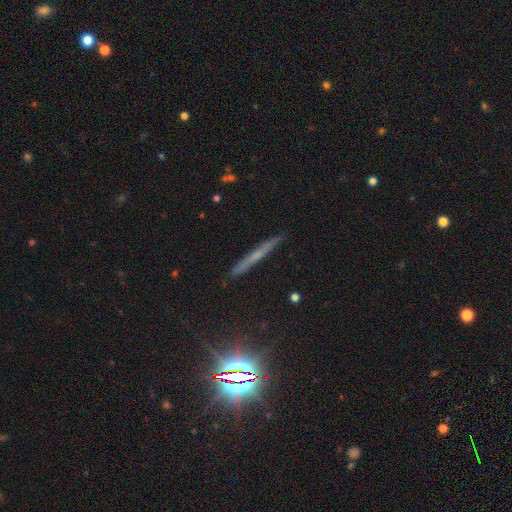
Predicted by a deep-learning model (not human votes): Smooth or featured?
  - featured or disk: 47% *
  - smooth: 34%
  - star or artifact: 19%
Merging?
  - none: 88% *
  - minor disturbance: 9%
  - major disturbance: 2%
  - merger: 1%